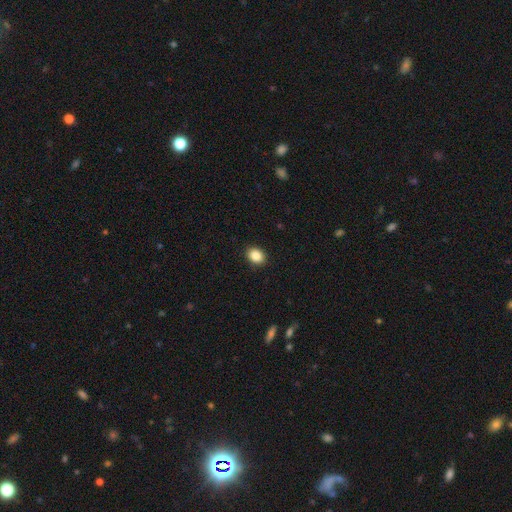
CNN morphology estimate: This is clearly a smooth galaxy (89%). How rounded: possibly in between (60%). Merging: clearly none (91%).